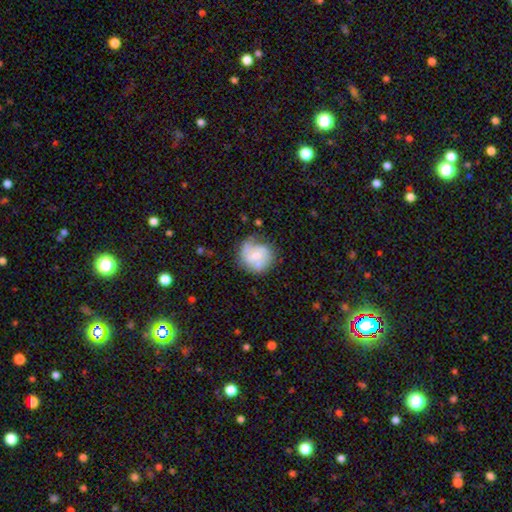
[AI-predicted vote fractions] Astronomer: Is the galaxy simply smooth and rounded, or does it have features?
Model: featured or disk — 48% (runner-up: smooth, 45%).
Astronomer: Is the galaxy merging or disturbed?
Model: none — 54%.